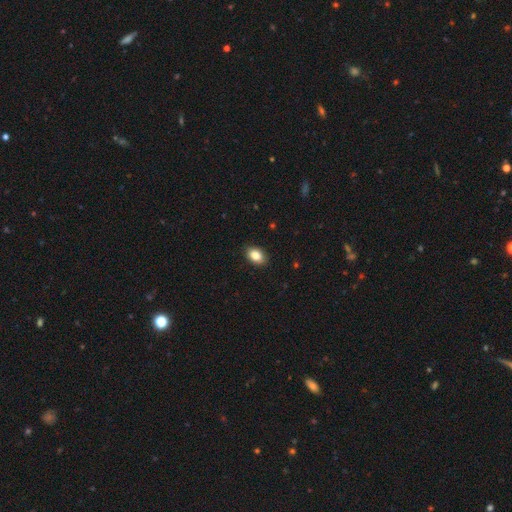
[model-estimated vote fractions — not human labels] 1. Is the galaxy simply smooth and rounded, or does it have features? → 85% smooth, 8% star or artifact, 6% featured or disk.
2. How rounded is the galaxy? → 83% in between, 16% round, 1% cigar-shaped.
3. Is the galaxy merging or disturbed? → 88% none, 9% minor disturbance, 2% major disturbance, 1% merger.